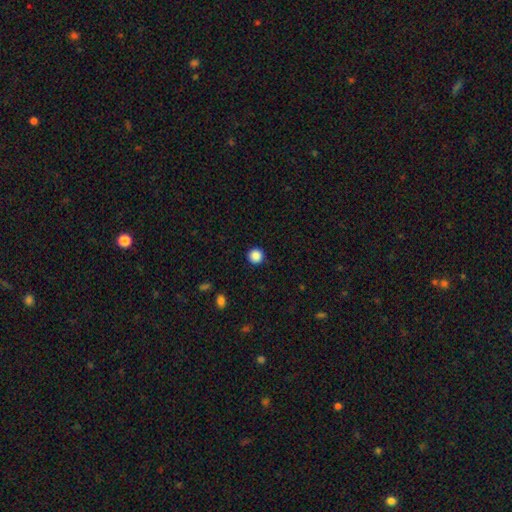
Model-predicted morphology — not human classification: A smooth galaxy with no disk features (88%) that is round (95%).

Vote fractions:
- Smooth or featured? smooth: 88% / star or artifact: 10% / featured or disk: 3%
- How rounded? round: 95% / in between: 4% / cigar-shaped: 1%
- Merging? none: 92% / minor disturbance: 5% / major disturbance: 2% / merger: 1%